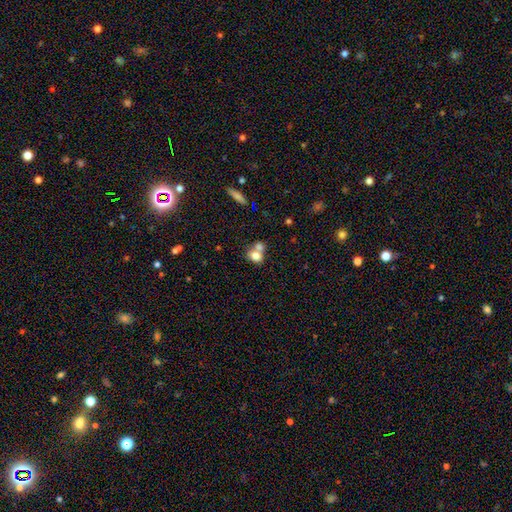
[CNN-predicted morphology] A smooth galaxy with no disk features (76%) that is in between round and cigar-shaped (50%).

Vote fractions:
- Smooth or featured? smooth: 76% / featured or disk: 14% / star or artifact: 10%
- How rounded? in between: 50% / round: 49% / cigar-shaped: 2%
- Merging? merger: 58% / none: 31% / minor disturbance: 8% / major disturbance: 3%